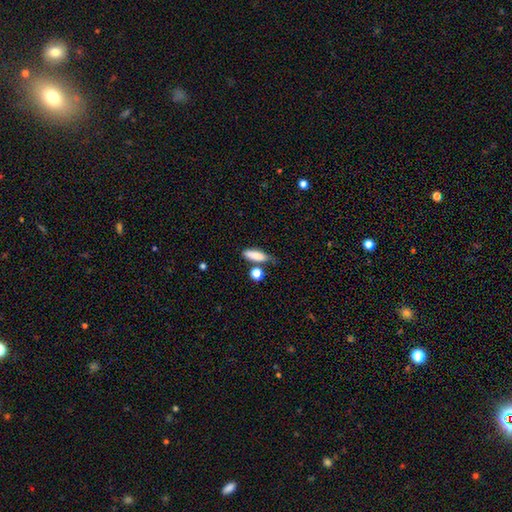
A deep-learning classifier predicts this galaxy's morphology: Overall: smooth (83%). How rounded: in between (55%; cigar-shaped 40%). Merging: none (60%; minor disturbance 22%).